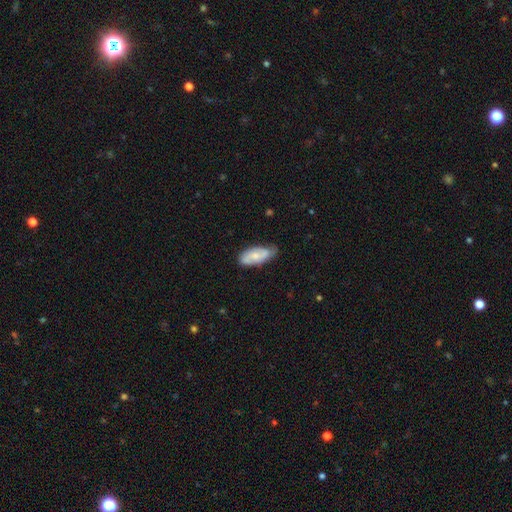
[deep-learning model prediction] Morphology: type=smooth (48%); merging=none (64%).